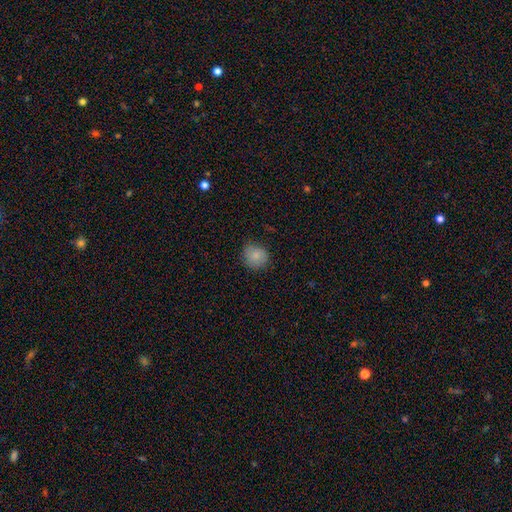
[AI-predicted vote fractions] Morphology: type=smooth (84%); roundness=round (84%); merging=none (80%).